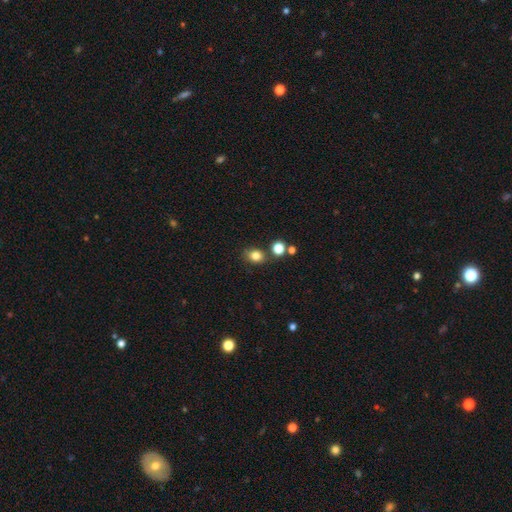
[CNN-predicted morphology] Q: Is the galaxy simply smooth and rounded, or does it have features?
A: smooth — 81%.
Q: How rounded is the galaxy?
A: round — 55%.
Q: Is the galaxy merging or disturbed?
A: none — 75%.